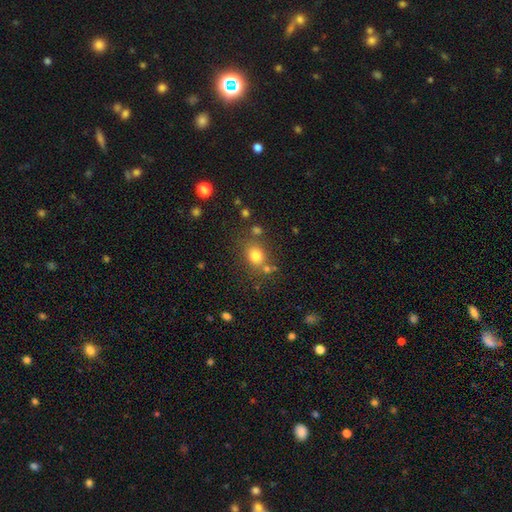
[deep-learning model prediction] smooth 78%, star or artifact 14%, featured or disk 8%. Down the decision tree: how rounded — round (62%); merging — none (69%).